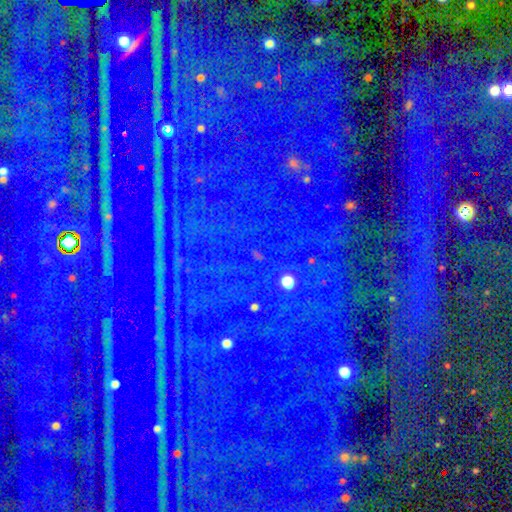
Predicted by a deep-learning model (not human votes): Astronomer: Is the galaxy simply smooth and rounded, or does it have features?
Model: star or artifact — 86%.